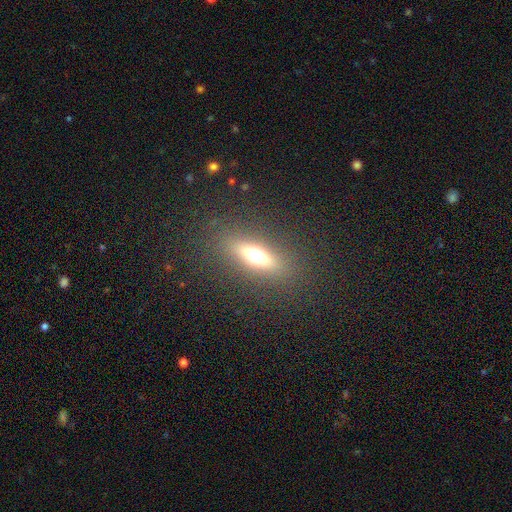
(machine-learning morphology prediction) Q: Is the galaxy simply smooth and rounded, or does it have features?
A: smooth — 48%.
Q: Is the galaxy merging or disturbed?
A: none — 85%.